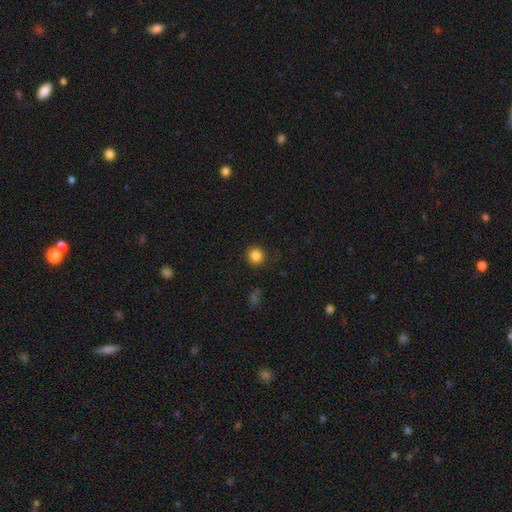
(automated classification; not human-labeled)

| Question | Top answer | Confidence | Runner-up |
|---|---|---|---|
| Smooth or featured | smooth | 85% | star or artifact (11%) |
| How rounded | round | 92% | in between (7%) |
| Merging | none | 90% | minor disturbance (7%) |